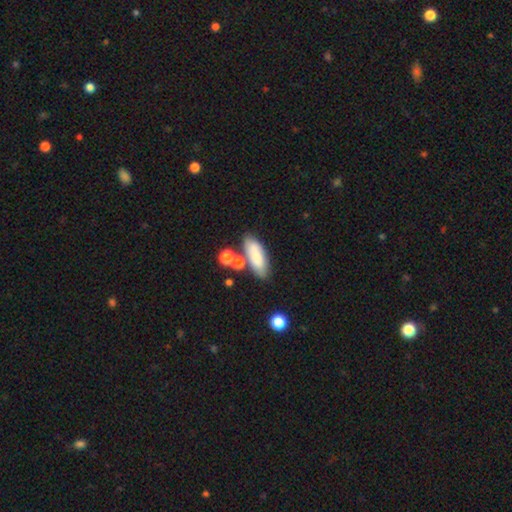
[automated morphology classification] The model was most divided on "how rounded": in between: 69%, cigar-shaped: 28%, round: 3%. More confident: smooth or featured — smooth (76%); merging — none (64%).